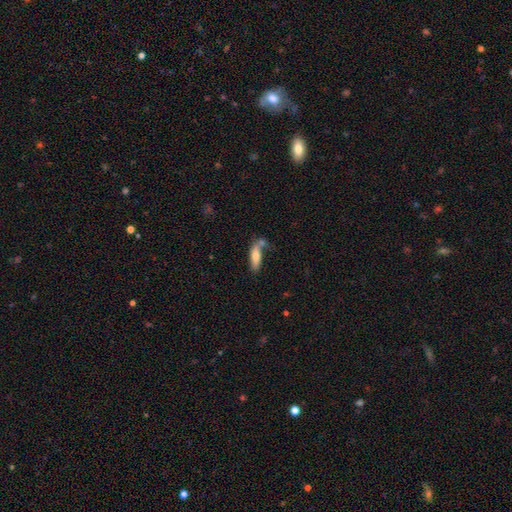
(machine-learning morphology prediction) A smooth galaxy with no disk features (71%) that is cigar-shaped (54%). Merging: none (49%).